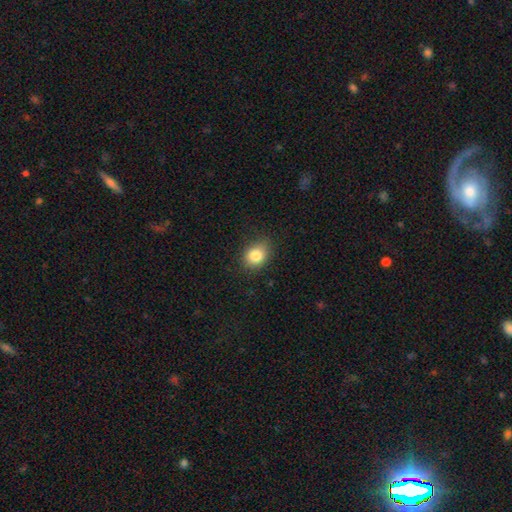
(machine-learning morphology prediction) This is clearly a smooth galaxy (83%). How rounded: possibly in between (51%). Merging: likely none (79%).